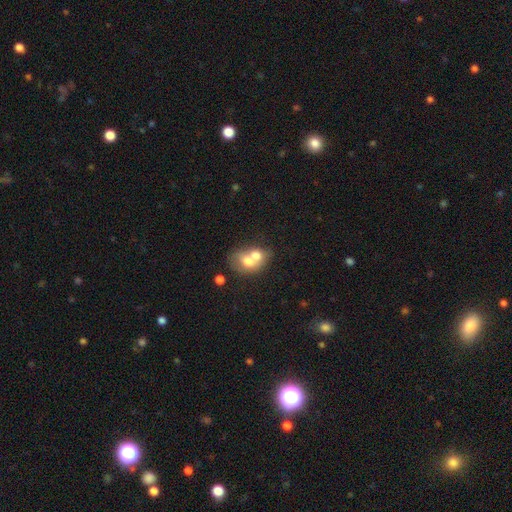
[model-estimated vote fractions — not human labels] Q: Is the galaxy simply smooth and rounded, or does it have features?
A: smooth — 64%.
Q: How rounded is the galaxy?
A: in between — 57%.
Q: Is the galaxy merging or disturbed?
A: merger — 73%.